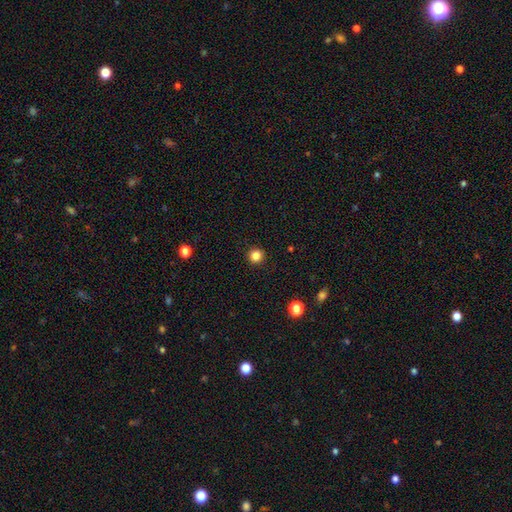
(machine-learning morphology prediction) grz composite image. It shows a smooth galaxy with no disk features (84%) that is round (95%). Merging: none (93%).